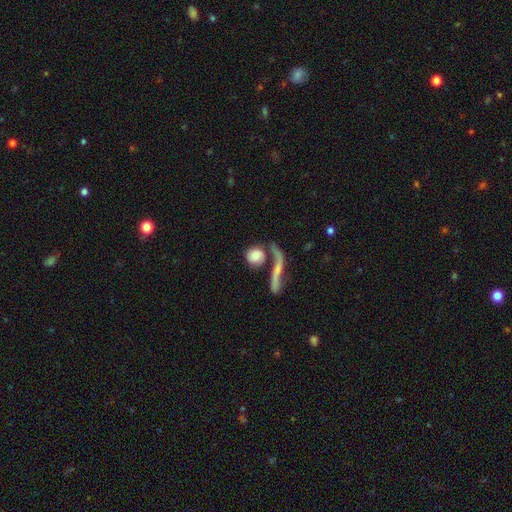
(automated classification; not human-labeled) smooth-or-featured: smooth: 72% | featured or disk: 20% | star or artifact: 8%
  how-rounded: round: 68% | in between: 24% | cigar-shaped: 8%
  merging: none: 39% | merger: 36% | major disturbance: 15% | minor disturbance: 11%